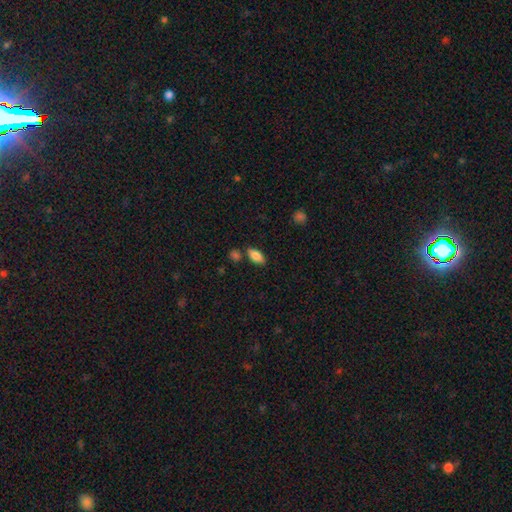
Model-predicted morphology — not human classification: A smooth galaxy with no disk features (83%) that is in between round and cigar-shaped (89%). Merging: none (77%).